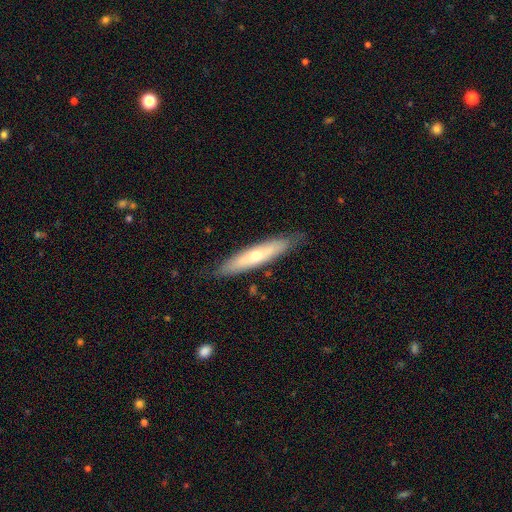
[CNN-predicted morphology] Smooth or featured? Predicted: smooth (p=0.50). Merging? Predicted: none (p=0.84).